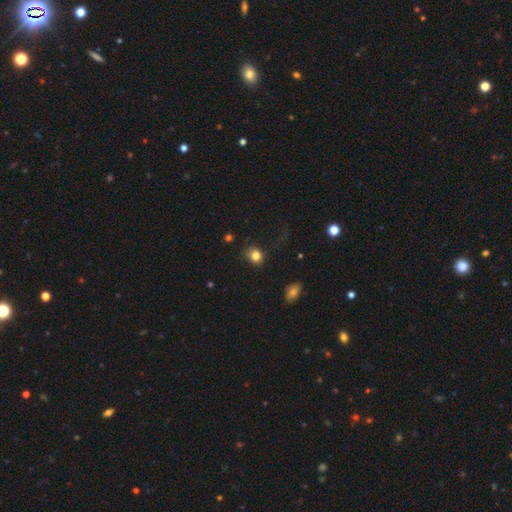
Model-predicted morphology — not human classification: smooth_or_featured: smooth (p=0.81) [alt: star or artifact p=0.11]
how_rounded: round (p=0.58) [alt: in between p=0.41]
merging: none (p=0.53) [alt: minor disturbance p=0.27]